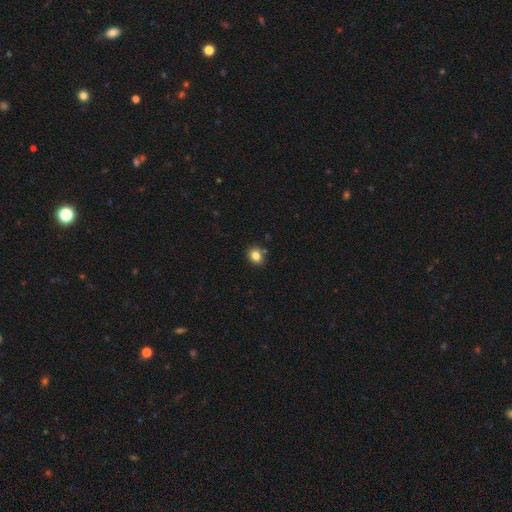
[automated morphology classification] Smooth or featured?
  - smooth: 83% *
  - star or artifact: 11%
  - featured or disk: 6%
How rounded?
  - round: 61% *
  - in between: 38%
  - cigar-shaped: 1%
Merging?
  - none: 82% *
  - minor disturbance: 11%
  - merger: 4%
  - major disturbance: 2%